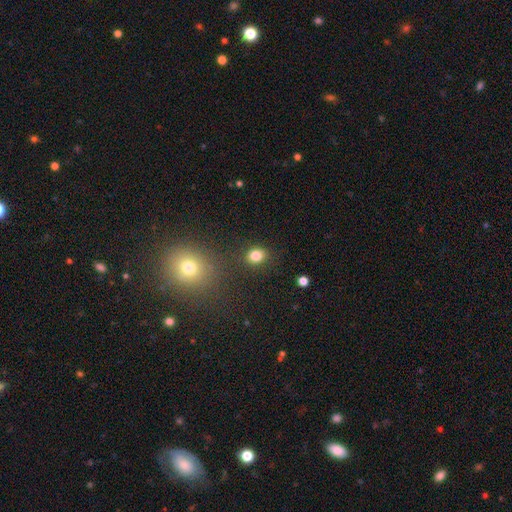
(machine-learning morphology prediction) Overall: smooth (83%). How rounded: round (59%; in between 40%). Merging: none (83%).